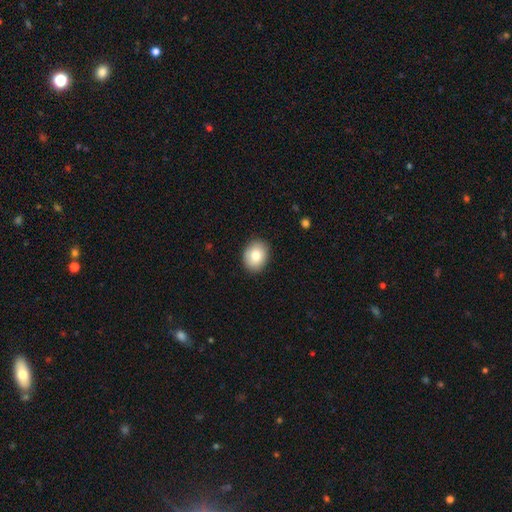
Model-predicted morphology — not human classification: Smooth or featured?
  - smooth: 84% *
  - featured or disk: 9%
  - star or artifact: 7%
How rounded?
  - in between: 57% *
  - round: 42%
  - cigar-shaped: 1%
Merging?
  - none: 89% *
  - minor disturbance: 9%
  - major disturbance: 2%
  - merger: 1%